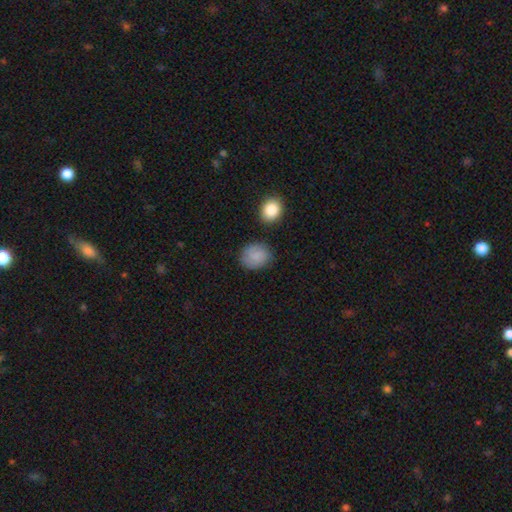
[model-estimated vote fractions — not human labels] This appears to be a smooth galaxy with no disk features (85%) that is round (63%). Merging: none (77%).